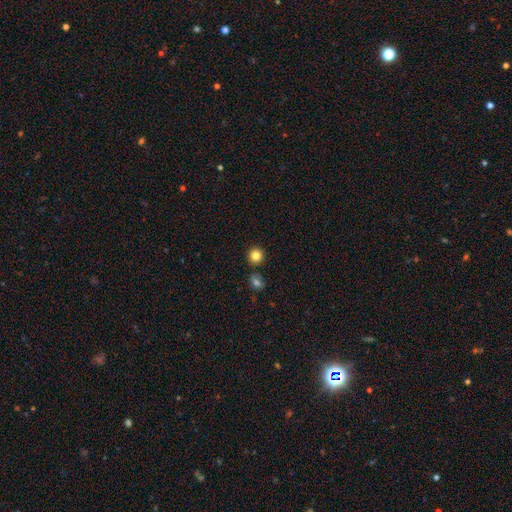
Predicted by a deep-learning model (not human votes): Q: Smooth or featured?
A: smooth (84%); runner-up: star or artifact (11%)
Q: How rounded?
A: round (91%); runner-up: in between (8%)
Q: Merging?
A: none (84%); runner-up: minor disturbance (7%)